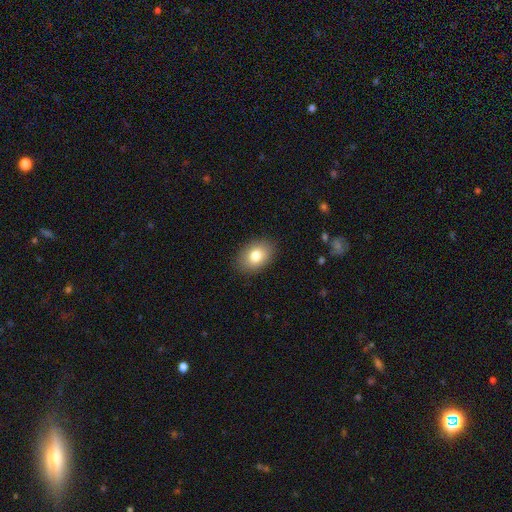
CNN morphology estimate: Smooth or featured?
  - smooth: 80% *
  - featured or disk: 11%
  - star or artifact: 9%
How rounded?
  - in between: 76% *
  - round: 23%
  - cigar-shaped: 1%
Merging?
  - none: 88% *
  - minor disturbance: 9%
  - major disturbance: 2%
  - merger: 1%